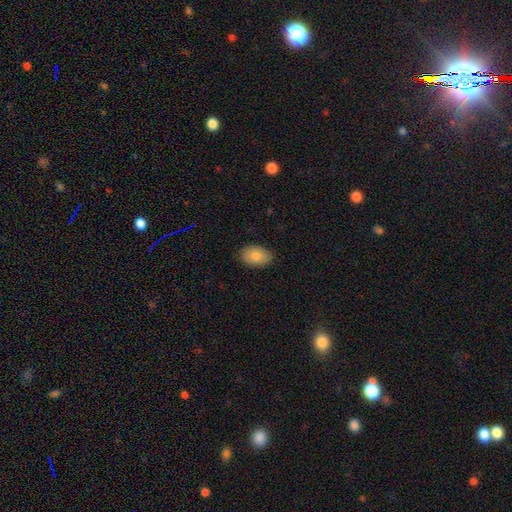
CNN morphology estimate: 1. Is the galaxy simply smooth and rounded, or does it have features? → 84% smooth, 9% featured or disk, 7% star or artifact.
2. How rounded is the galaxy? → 89% in between, 10% round, 1% cigar-shaped.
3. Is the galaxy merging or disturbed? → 87% none, 10% minor disturbance, 2% major disturbance, 1% merger.